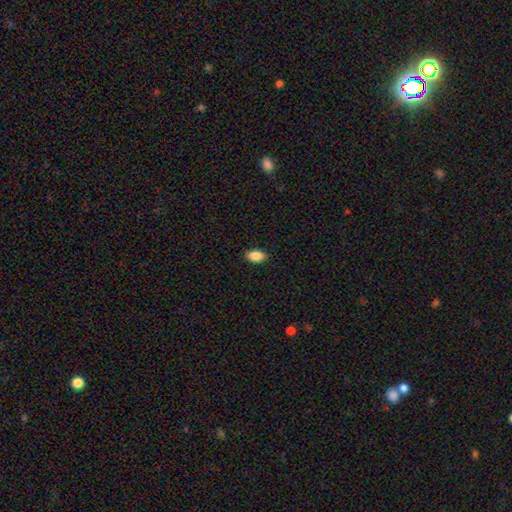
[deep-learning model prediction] Smooth or featured: smooth — 88% (star or artifact — 7%)
How rounded: in between — 93% (round — 5%)
Merging: none — 89% (minor disturbance — 8%)